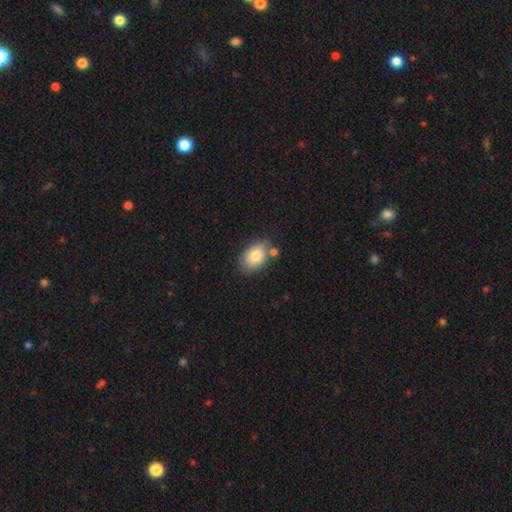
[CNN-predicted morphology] A smooth galaxy with no disk features (78%) that is in between round and cigar-shaped (76%). Merging: none (66%).